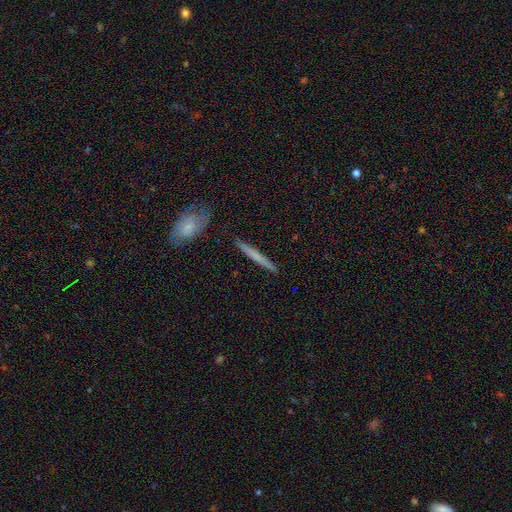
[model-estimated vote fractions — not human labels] Overall: smooth (58%; featured or disk 37%). How rounded: cigar-shaped (96%). Merging: none (89%).